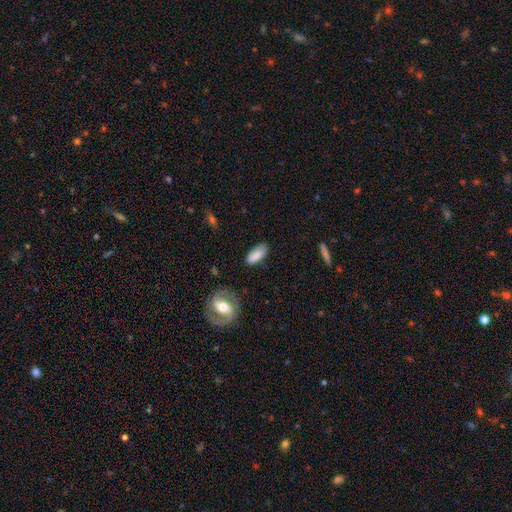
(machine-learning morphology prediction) smooth-or-featured: smooth: 84% | featured or disk: 10% | star or artifact: 6%
  how-rounded: in between: 80% | cigar-shaped: 18% | round: 2%
  merging: none: 77% | minor disturbance: 17% | major disturbance: 4% | merger: 2%